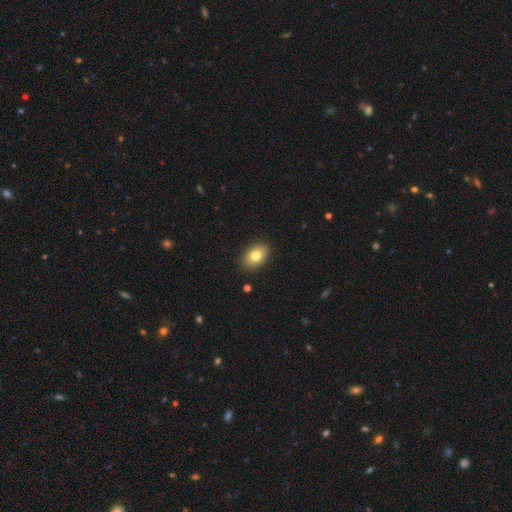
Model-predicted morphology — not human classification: smooth 78%, featured or disk 13%, star or artifact 9%. Down the decision tree: how rounded — in between (83%); merging — none (89%).